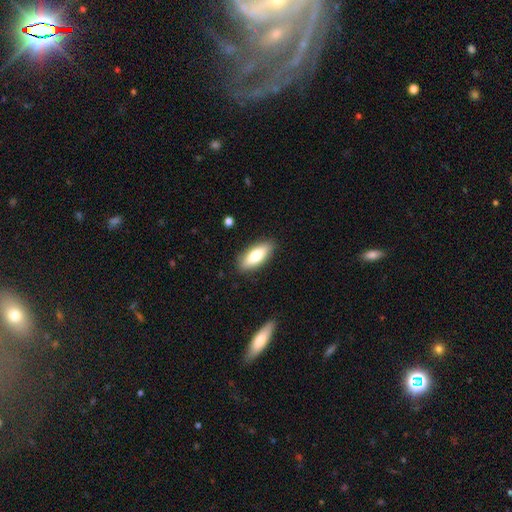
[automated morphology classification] Smooth or featured? Predicted: smooth (p=0.73). How rounded? Predicted: in between (p=0.74). Merging? Predicted: none (p=0.87).